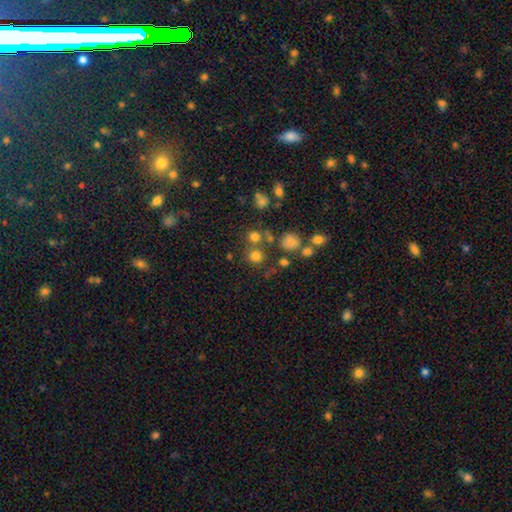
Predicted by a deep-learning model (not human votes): smooth 74%, star or artifact 19%, featured or disk 7%. Down the decision tree: how rounded — round (90%); merging — none (70%).